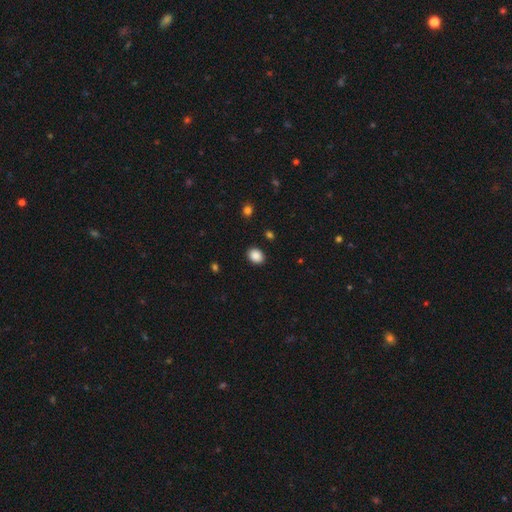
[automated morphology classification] smooth 88%, star or artifact 9%, featured or disk 3%. Down the decision tree: how rounded — in between (52%); merging — none (90%).